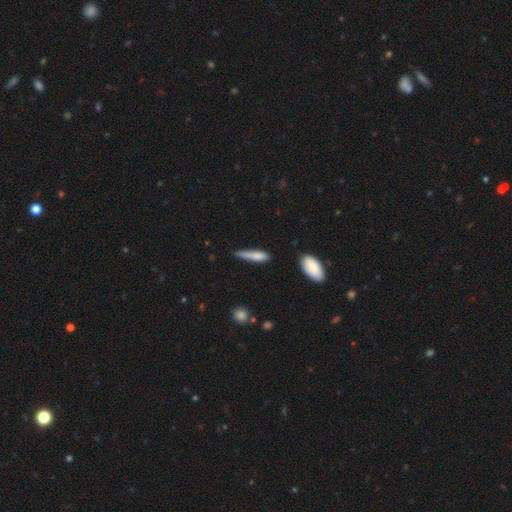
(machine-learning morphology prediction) smooth-or-featured: smooth: 77% | featured or disk: 17% | star or artifact: 6%
  how-rounded: cigar-shaped: 78% | in between: 20% | round: 2%
  merging: none: 49% | minor disturbance: 38% | major disturbance: 9% | merger: 4%